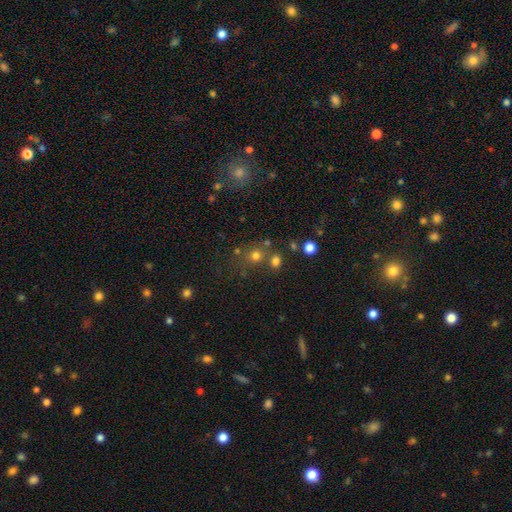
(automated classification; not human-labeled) smooth 70%, star or artifact 21%, featured or disk 9%. Down the decision tree: how rounded — round (84%); merging — none (65%).